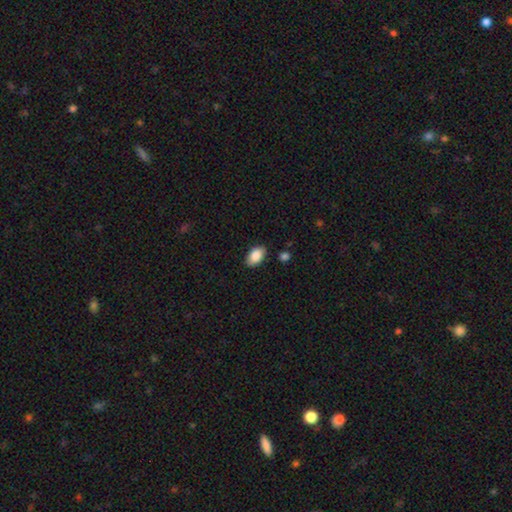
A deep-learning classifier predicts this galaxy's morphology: Smooth or featured?
  - smooth: 88% *
  - star or artifact: 7%
  - featured or disk: 5%
How rounded?
  - in between: 93% *
  - round: 6%
  - cigar-shaped: 2%
Merging?
  - none: 85% *
  - minor disturbance: 11%
  - major disturbance: 2%
  - merger: 2%